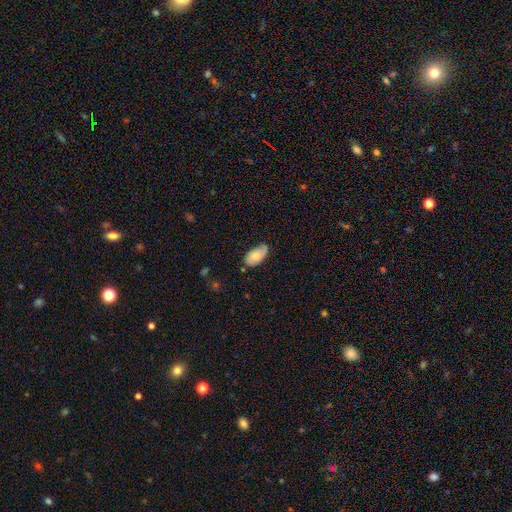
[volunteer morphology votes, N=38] A smooth galaxy with no disk features (55%) that is in between round and cigar-shaped (100%).

Vote fractions:
- Smooth or featured? smooth: 55% / featured or disk: 39% / star or artifact: 5%
- How rounded? in between: 100% / round: 0% / cigar-shaped: 0%
- Merging? none: 50% / minor disturbance: 42% / major disturbance: 6% / merger: 3%